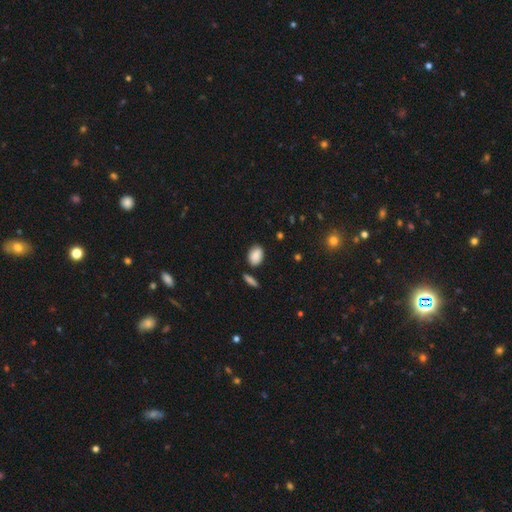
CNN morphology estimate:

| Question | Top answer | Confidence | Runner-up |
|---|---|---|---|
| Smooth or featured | smooth | 87% | star or artifact (8%) |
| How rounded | in between | 81% | round (17%) |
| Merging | none | 78% | minor disturbance (14%) |